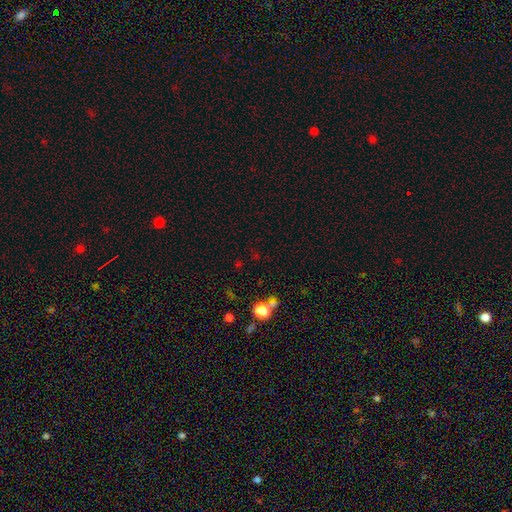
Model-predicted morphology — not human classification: Smooth or featured: star or artifact — 50% (smooth — 42%)